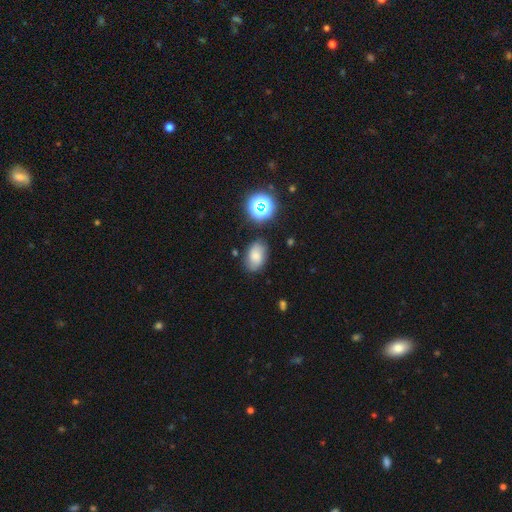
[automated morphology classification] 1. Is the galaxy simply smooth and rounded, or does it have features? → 66% smooth, 19% featured or disk, 14% star or artifact.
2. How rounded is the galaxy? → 83% in between, 15% round, 1% cigar-shaped.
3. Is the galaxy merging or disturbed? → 75% none, 17% minor disturbance, 4% major disturbance, 3% merger.